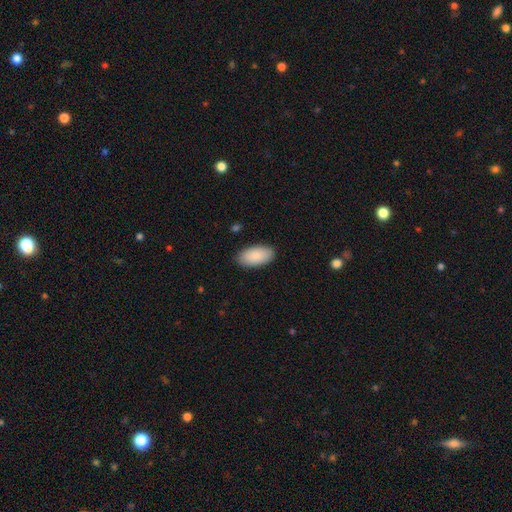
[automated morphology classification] smooth 89%, star or artifact 6%, featured or disk 5%. Down the decision tree: how rounded — in between (95%); merging — none (87%).